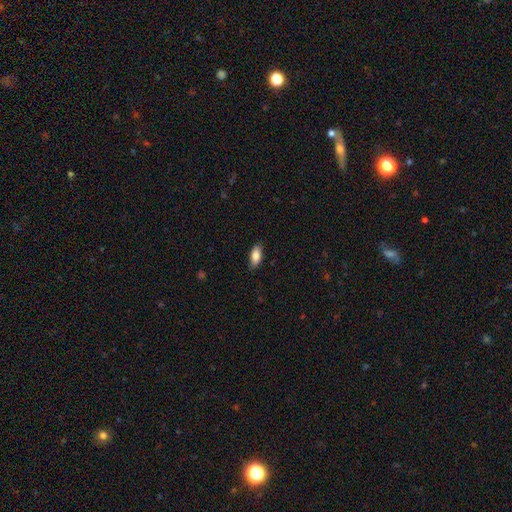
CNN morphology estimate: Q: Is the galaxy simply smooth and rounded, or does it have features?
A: smooth — 83%.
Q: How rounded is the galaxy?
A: in between — 86%.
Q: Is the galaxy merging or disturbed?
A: none — 85%.